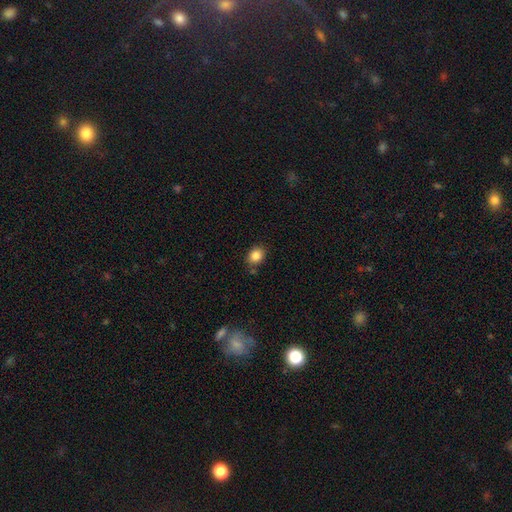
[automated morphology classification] A smooth galaxy with no disk features (85%) that is round (56%). Merging: none (79%).